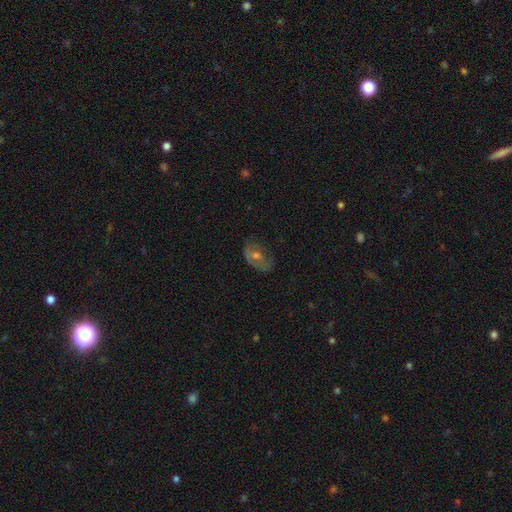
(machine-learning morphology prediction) This appears to be a featured or disk galaxy (53%). Merging: none (62%).